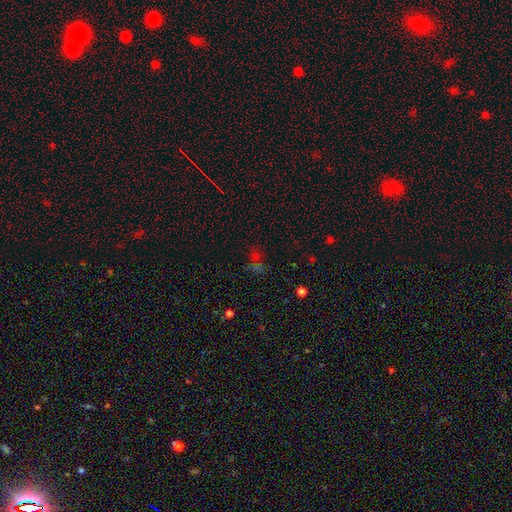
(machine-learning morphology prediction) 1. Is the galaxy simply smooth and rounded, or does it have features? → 53% star or artifact, 36% smooth, 11% featured or disk.